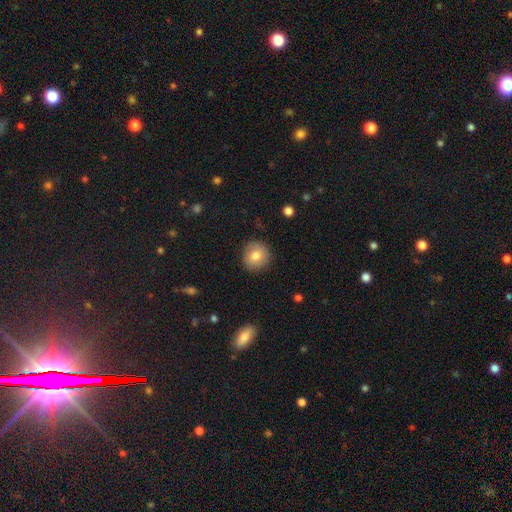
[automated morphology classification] Q: Smooth or featured?
A: smooth (78%); runner-up: featured or disk (13%)
Q: How rounded?
A: round (90%); runner-up: in between (9%)
Q: Merging?
A: none (88%); runner-up: minor disturbance (9%)